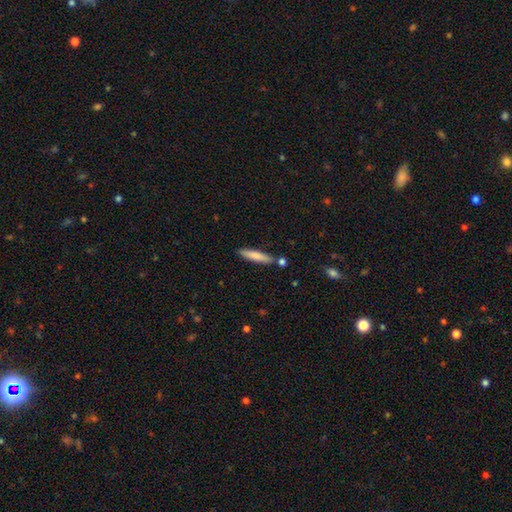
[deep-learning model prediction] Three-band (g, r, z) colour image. It shows a smooth galaxy with no disk features (78%) that is cigar-shaped (88%). Merging: none (82%).